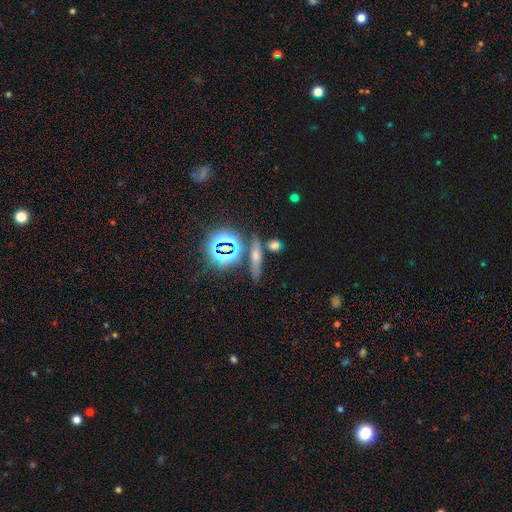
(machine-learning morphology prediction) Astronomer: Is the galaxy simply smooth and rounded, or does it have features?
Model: smooth — 45% (runner-up: star or artifact, 35%).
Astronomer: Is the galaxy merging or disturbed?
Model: none — 72%.